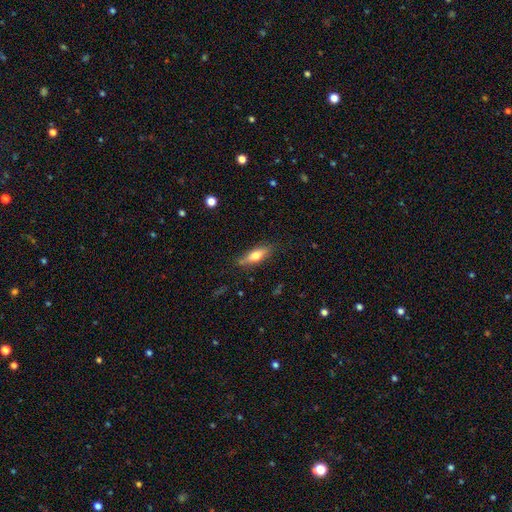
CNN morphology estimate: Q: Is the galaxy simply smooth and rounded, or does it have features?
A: smooth — 68%.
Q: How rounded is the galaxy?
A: in between — 55%.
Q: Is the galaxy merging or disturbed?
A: none — 79%.